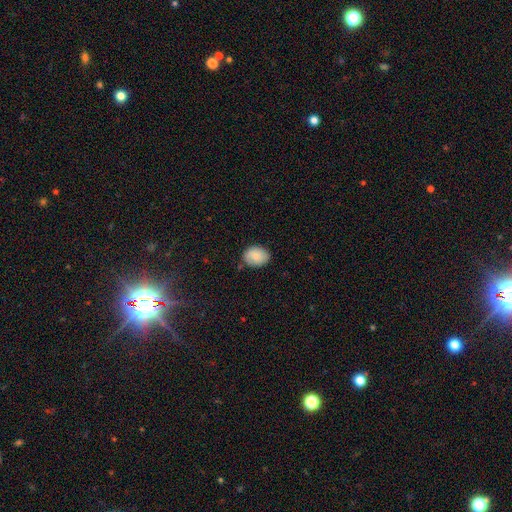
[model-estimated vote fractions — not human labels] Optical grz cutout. It shows a smooth galaxy with no disk features (83%) that is in between round and cigar-shaped (65%). Merging: none (80%).